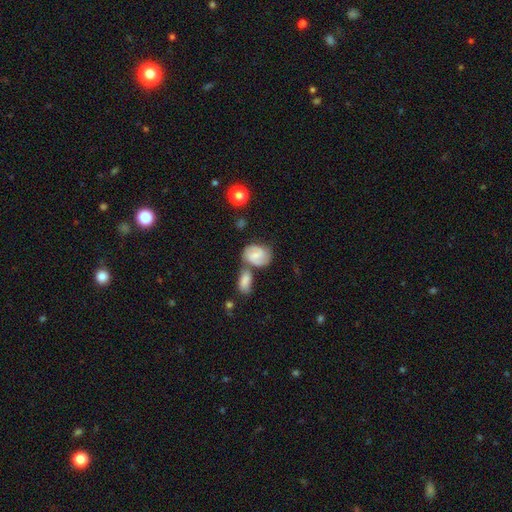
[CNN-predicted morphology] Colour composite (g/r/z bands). It shows a featured or disk galaxy (57%) with a weak bar (49%), spiral arms (88%) and a small central bulge (52%). Merging: none (46%).